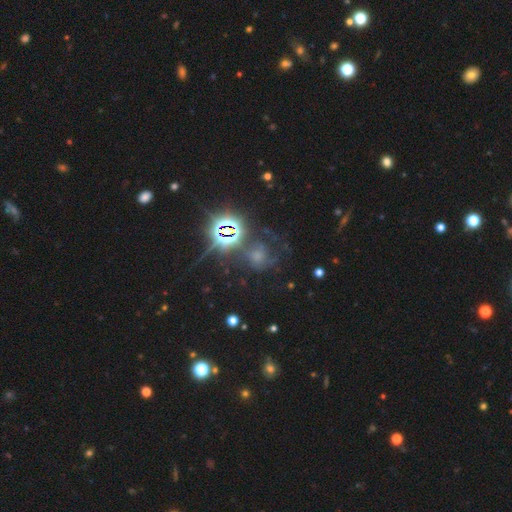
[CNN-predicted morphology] Smooth or featured? star or artifact (49%)